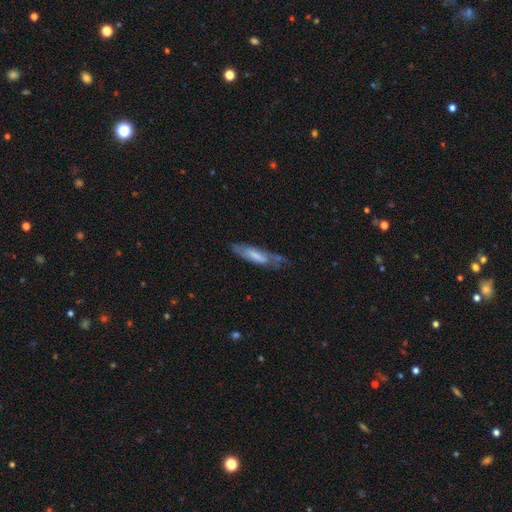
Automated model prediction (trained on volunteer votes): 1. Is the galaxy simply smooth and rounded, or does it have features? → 55% smooth, 39% featured or disk, 6% star or artifact.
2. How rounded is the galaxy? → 61% cigar-shaped, 37% in between, 1% round.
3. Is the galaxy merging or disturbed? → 49% none, 31% minor disturbance, 15% major disturbance, 4% merger.